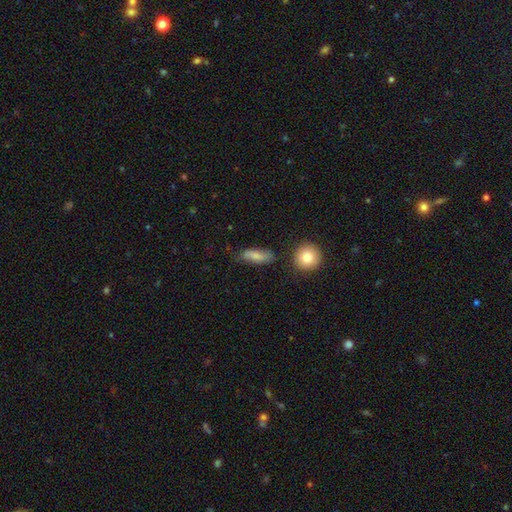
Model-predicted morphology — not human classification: Smooth or featured?
  - smooth: 76% *
  - featured or disk: 17%
  - star or artifact: 8%
How rounded?
  - in between: 63% *
  - cigar-shaped: 32%
  - round: 6%
Merging?
  - none: 67% *
  - minor disturbance: 22%
  - major disturbance: 6%
  - merger: 5%